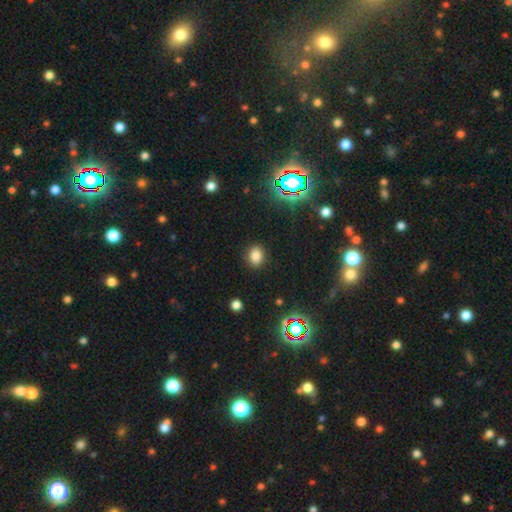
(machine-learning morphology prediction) A smooth galaxy with no disk features (80%) that is round (51%). Merging: none (87%).